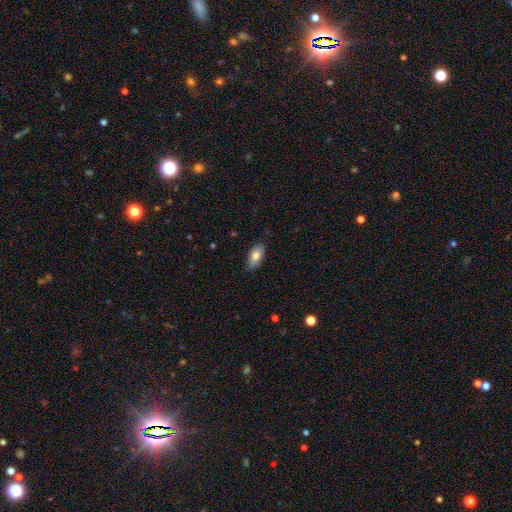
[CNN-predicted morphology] A smooth galaxy with no disk features (79%) that is in between round and cigar-shaped (91%).

Vote fractions:
- Smooth or featured? smooth: 79% / featured or disk: 14% / star or artifact: 7%
- How rounded? in between: 91% / cigar-shaped: 5% / round: 4%
- Merging? none: 84% / minor disturbance: 13% / major disturbance: 2% / merger: 1%